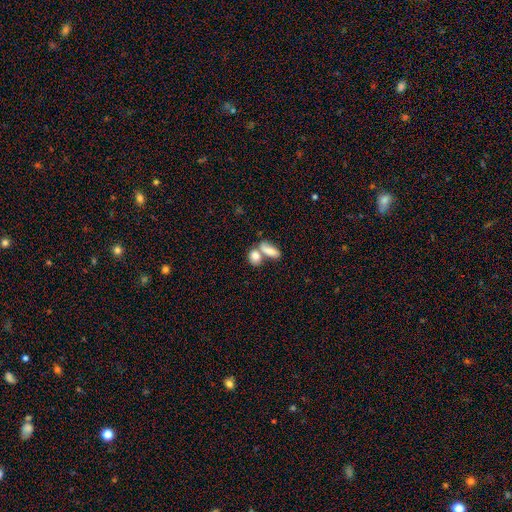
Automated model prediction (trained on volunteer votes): Smooth or featured? smooth (82%)
How rounded? in between (77%)
Merging? merger (55%)